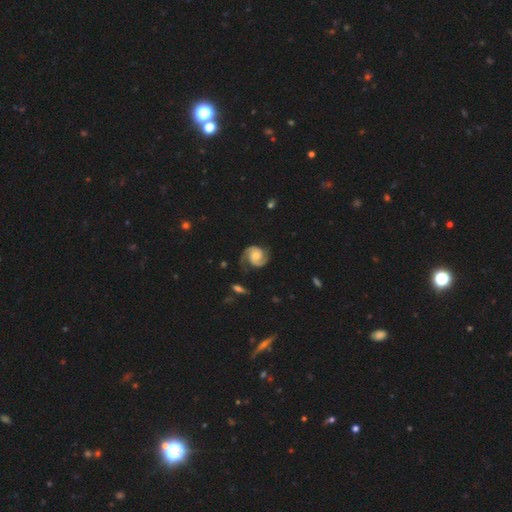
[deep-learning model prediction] smooth_or_featured: featured or disk (p=0.90) [alt: smooth p=0.06]
disk_edge_on: no (p=0.98) [alt: yes p=0.02]
bar: no (p=0.67) [alt: weak p=0.26]
has_spiral_arms: yes (p=0.98) [alt: no p=0.02]
spiral_winding: medium (p=0.49) [alt: tight p=0.40]
spiral_arm_count: 2 (p=0.92) [alt: 1 p=0.03]
bulge_size: moderate (p=0.50) [alt: small p=0.35]
merging: none (p=0.79) [alt: minor disturbance p=0.14]